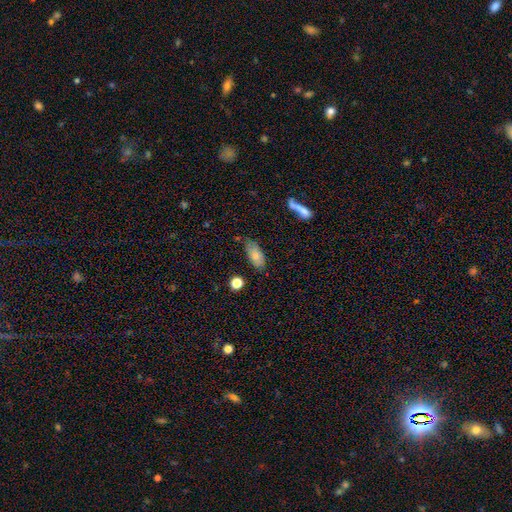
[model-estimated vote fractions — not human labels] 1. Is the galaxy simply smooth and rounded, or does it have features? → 75% smooth, 17% featured or disk, 8% star or artifact.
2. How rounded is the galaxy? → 88% in between, 8% cigar-shaped, 4% round.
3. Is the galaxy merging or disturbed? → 67% none, 23% minor disturbance, 5% major disturbance, 4% merger.